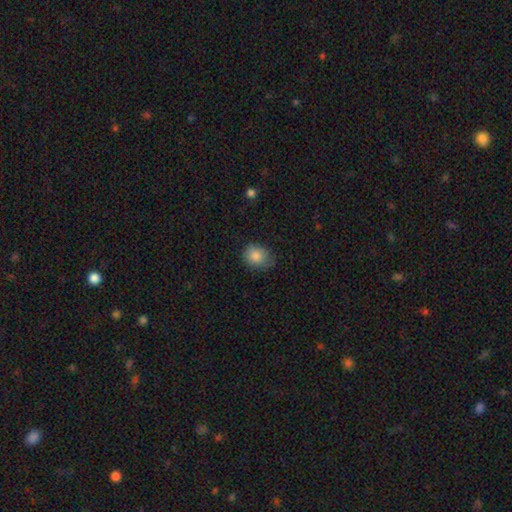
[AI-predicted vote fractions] Smooth or featured: smooth — 85% (star or artifact — 9%)
How rounded: round — 56% (in between — 43%)
Merging: none — 65% (minor disturbance — 28%)